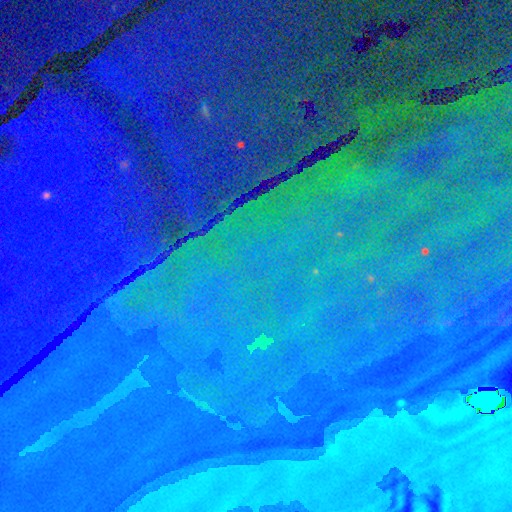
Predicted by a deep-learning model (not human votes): A star or artifact, not a galaxy (85%).

Vote fractions:
- Smooth or featured? star or artifact: 85% / featured or disk: 7% / smooth: 7%